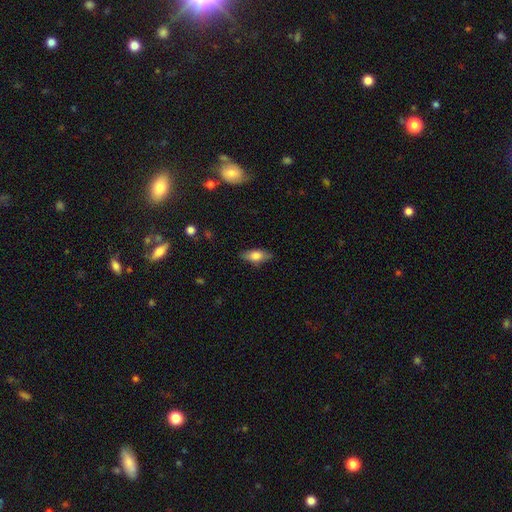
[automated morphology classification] Overall: smooth (71%). How rounded: in between (79%). Merging: none (83%).